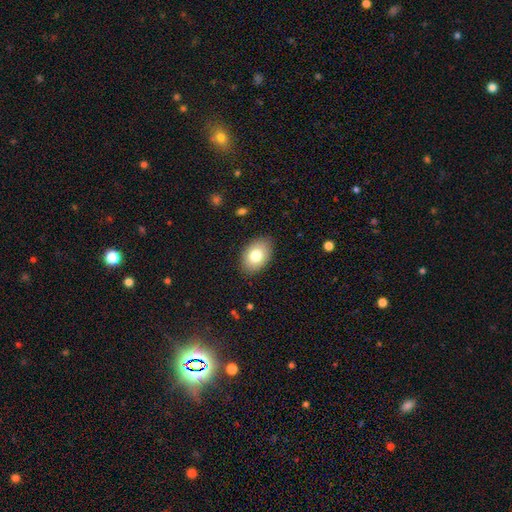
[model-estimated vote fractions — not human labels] This is likely a smooth galaxy (79%). How rounded: clearly in between (85%). Merging: clearly none (86%).